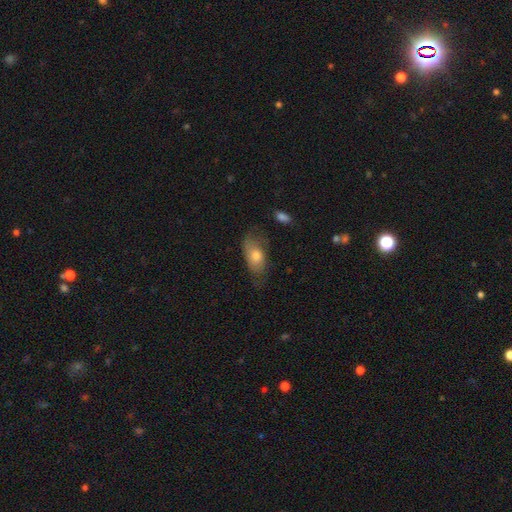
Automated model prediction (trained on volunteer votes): smooth-or-featured: smooth: 69% | featured or disk: 24% | star or artifact: 7%
  how-rounded: in between: 88% | round: 6% | cigar-shaped: 6%
  merging: none: 57% | minor disturbance: 29% | major disturbance: 12% | merger: 2%